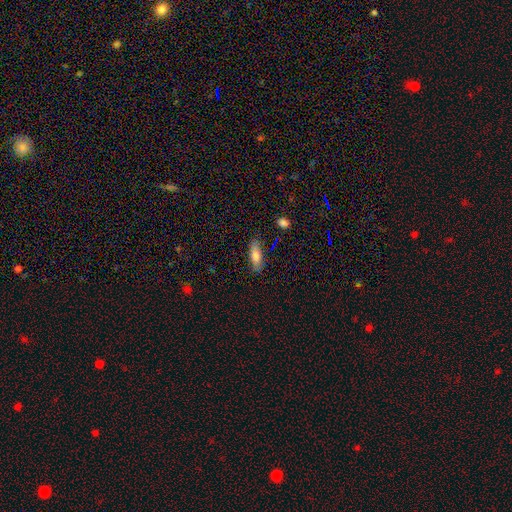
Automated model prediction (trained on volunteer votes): smooth-or-featured: smooth: 76% | featured or disk: 16% | star or artifact: 7%
  how-rounded: in between: 65% | cigar-shaped: 32% | round: 2%
  merging: none: 81% | minor disturbance: 14% | major disturbance: 3% | merger: 2%